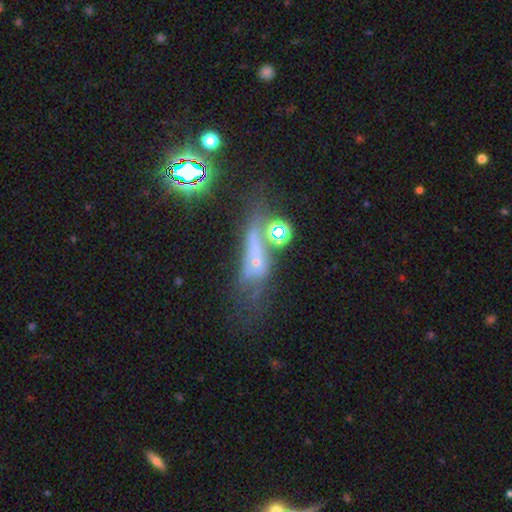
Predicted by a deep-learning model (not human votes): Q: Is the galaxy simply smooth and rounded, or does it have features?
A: featured or disk — 39%.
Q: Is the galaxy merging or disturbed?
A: none — 30%.